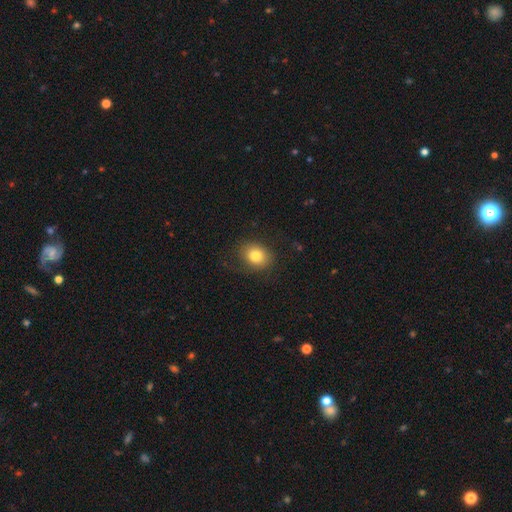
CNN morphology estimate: This appears to be a smooth galaxy with no disk features (82%) that is round (50%, tied with in between). Merging: none (78%).